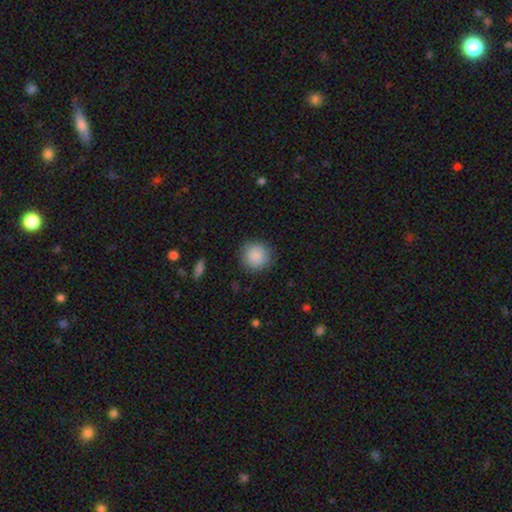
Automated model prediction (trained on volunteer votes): Smooth or featured? Predicted: smooth (p=0.88). How rounded? Predicted: round (p=0.93). Merging? Predicted: none (p=0.87).